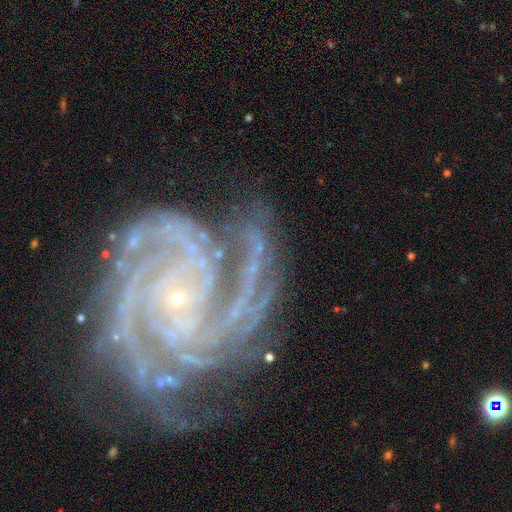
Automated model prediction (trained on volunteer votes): A featured or disk galaxy (92%) with no bar (69%), 4 (25%) tight (71%) spiral arms (99%) and a small central bulge (90%). Merging: none (67%).